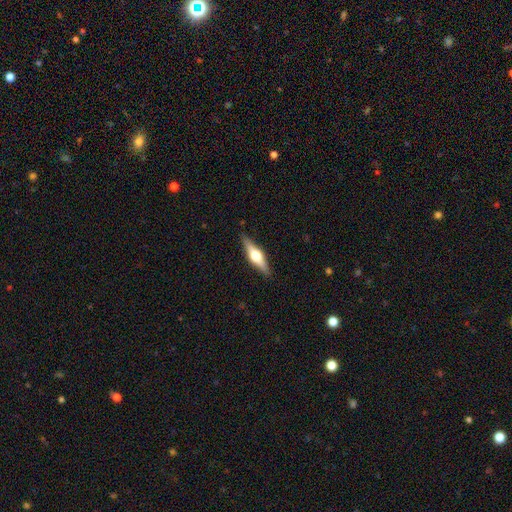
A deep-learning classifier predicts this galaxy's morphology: Smooth or featured? featured or disk (69%)
Edge-on disk? yes (97%)
Edge-on bulge? rounded (94%)
Merging? none (89%)